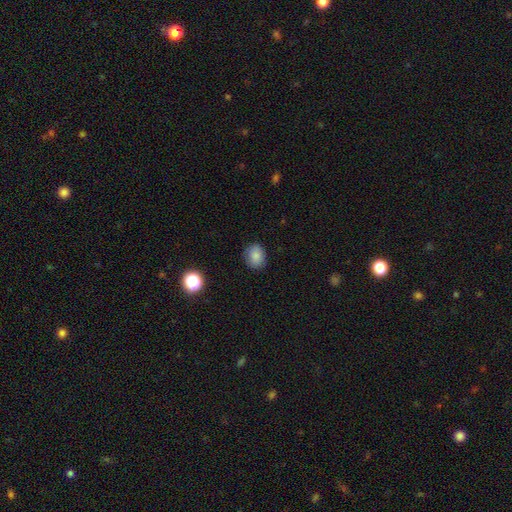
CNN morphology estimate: Smooth or featured? smooth (83%)
How rounded? round (52%)
Merging? none (86%)